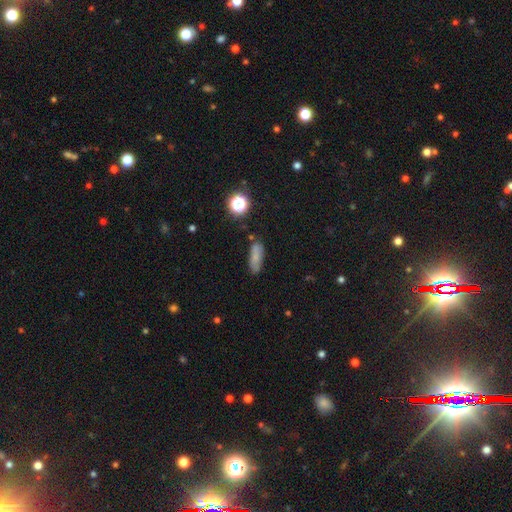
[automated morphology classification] Smooth or featured: smooth — 73% (featured or disk — 15%)
How rounded: in between — 59% (cigar-shaped — 36%)
Merging: none — 73% (minor disturbance — 18%)